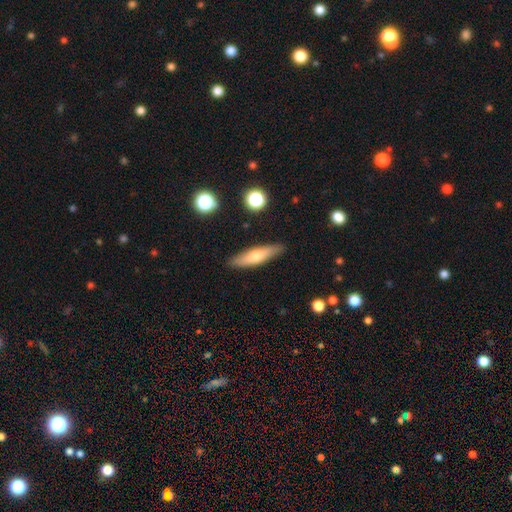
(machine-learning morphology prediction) Smooth or featured?
  - smooth: 60% *
  - featured or disk: 33%
  - star or artifact: 7%
How rounded?
  - cigar-shaped: 72% *
  - in between: 25%
  - round: 2%
Merging?
  - none: 87% *
  - minor disturbance: 9%
  - major disturbance: 2%
  - merger: 1%